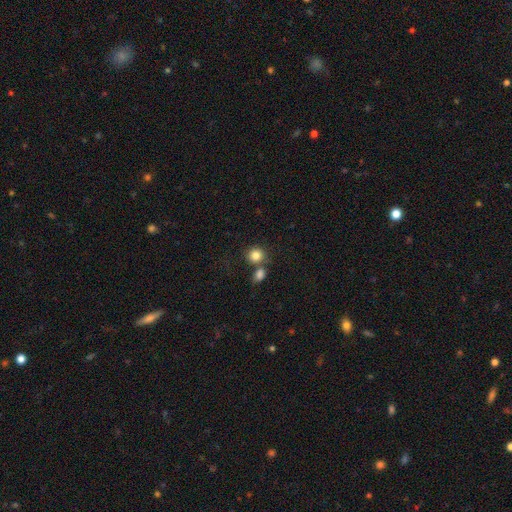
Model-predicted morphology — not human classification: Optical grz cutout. It shows a smooth galaxy with no disk features (83%) that is round (83%). Merging: none (54%).